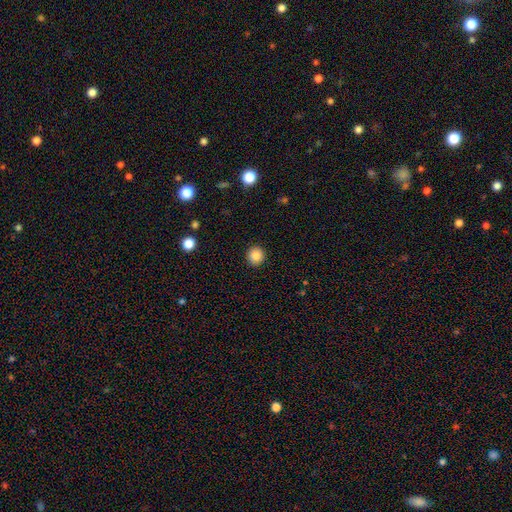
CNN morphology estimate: smooth-or-featured: smooth: 85% | star or artifact: 10% | featured or disk: 5%
  how-rounded: round: 93% | in between: 6% | cigar-shaped: 1%
  merging: none: 93% | minor disturbance: 5% | major disturbance: 2% | merger: 1%